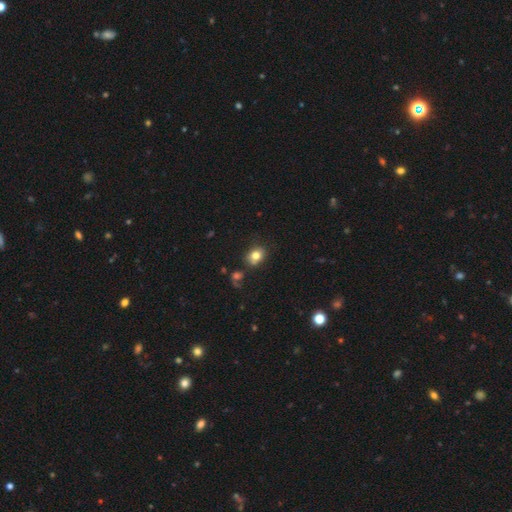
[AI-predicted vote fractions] This is likely a smooth galaxy (80%). How rounded: possibly in between (52%). Merging: likely none (66%).